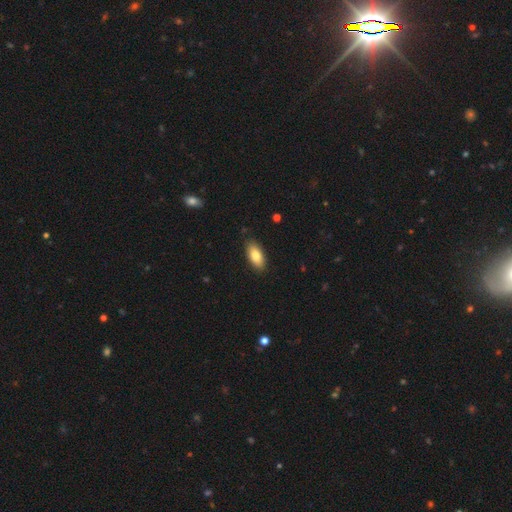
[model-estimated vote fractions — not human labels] smooth_or_featured: smooth (p=0.83) [alt: featured or disk p=0.11]
how_rounded: in between (p=0.89) [alt: cigar-shaped p=0.09]
merging: none (p=0.86) [alt: minor disturbance p=0.11]